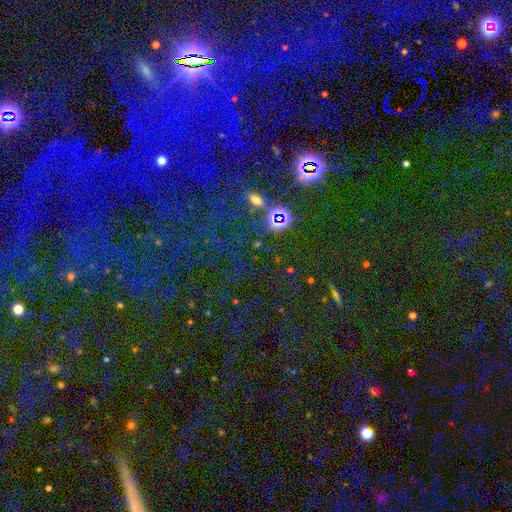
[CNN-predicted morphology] Smooth or featured? Predicted: star or artifact (p=0.81).